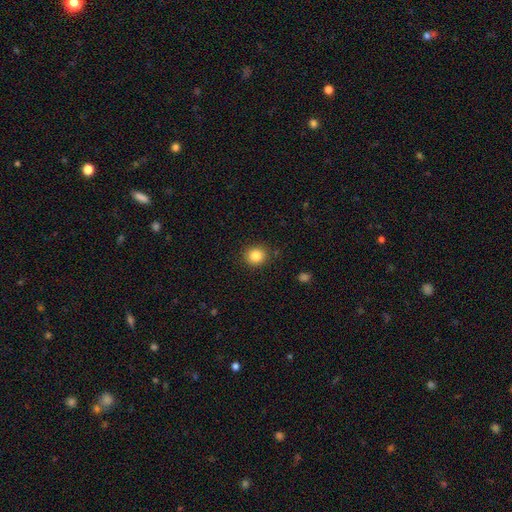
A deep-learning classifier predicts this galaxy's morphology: Smooth or featured?
  - smooth: 84% *
  - star or artifact: 11%
  - featured or disk: 5%
How rounded?
  - round: 85% *
  - in between: 14%
  - cigar-shaped: 1%
Merging?
  - none: 88% *
  - minor disturbance: 8%
  - major disturbance: 2%
  - merger: 1%